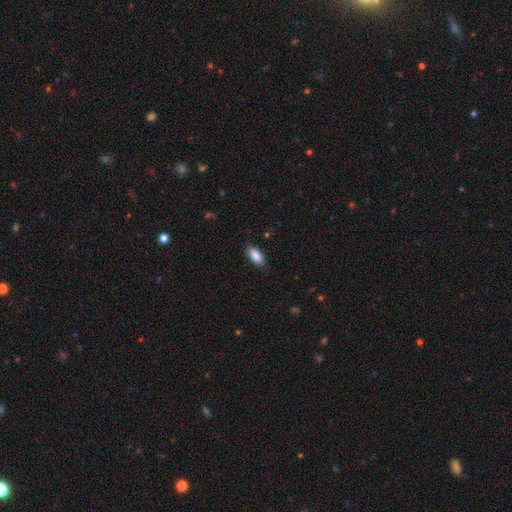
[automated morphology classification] smooth 87%, star or artifact 7%, featured or disk 6%. Down the decision tree: how rounded — in between (88%); merging — none (82%).